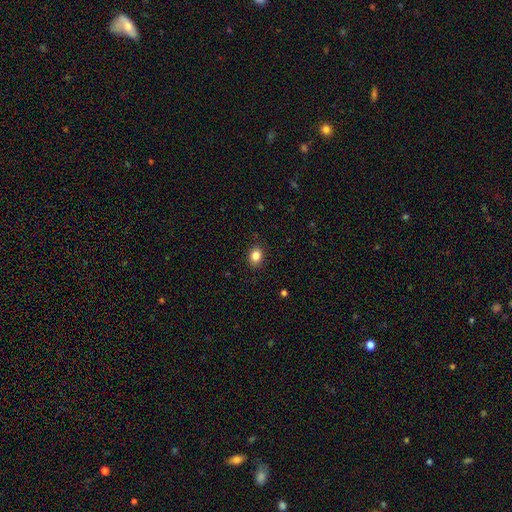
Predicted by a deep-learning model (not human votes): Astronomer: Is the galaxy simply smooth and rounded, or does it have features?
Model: smooth — 86%.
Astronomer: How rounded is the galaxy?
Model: in between — 58% (runner-up: round, 41%).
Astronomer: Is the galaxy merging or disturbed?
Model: none — 89%.